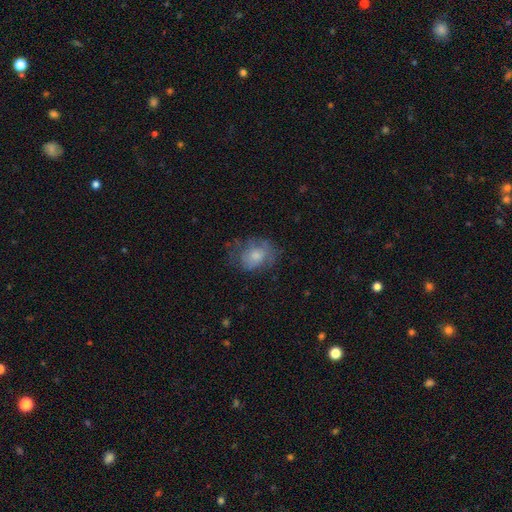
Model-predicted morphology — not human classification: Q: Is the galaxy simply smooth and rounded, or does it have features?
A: smooth — 63%.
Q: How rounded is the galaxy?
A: in between — 53%.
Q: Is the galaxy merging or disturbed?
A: none — 54%.